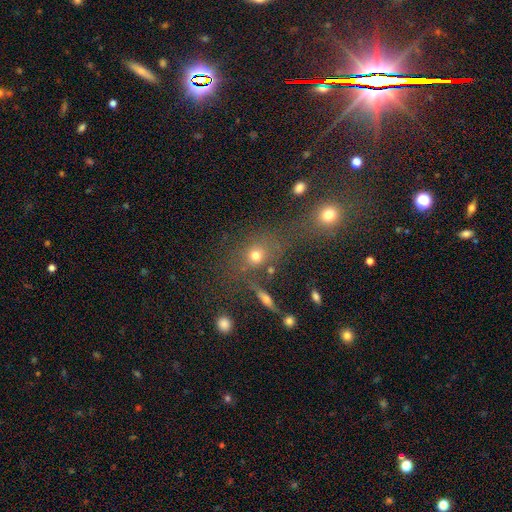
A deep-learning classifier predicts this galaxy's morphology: smooth 66%, star or artifact 19%, featured or disk 15%. Down the decision tree: how rounded — round (69%); merging — none (58%).